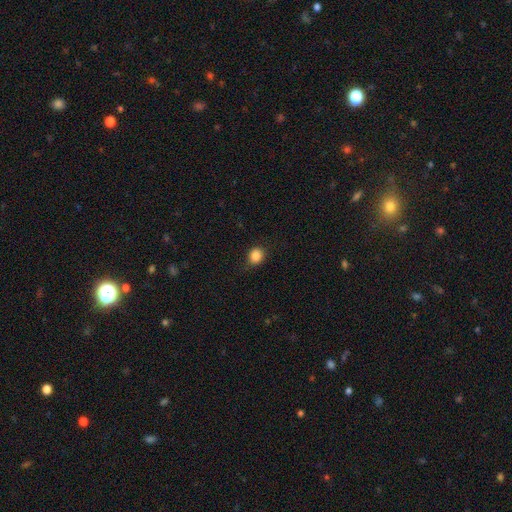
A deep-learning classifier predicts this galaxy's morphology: Smooth or featured? smooth (85%)
How rounded? round (73%)
Merging? none (80%)